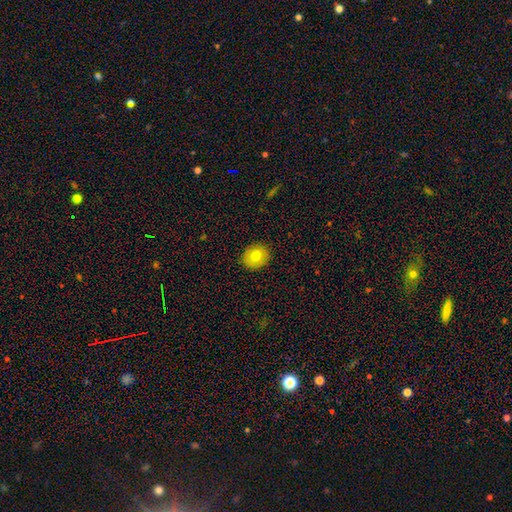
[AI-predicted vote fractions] Smooth or featured? Predicted: smooth (p=0.75). How rounded? Predicted: round (p=0.72). Merging? Predicted: none (p=0.90).